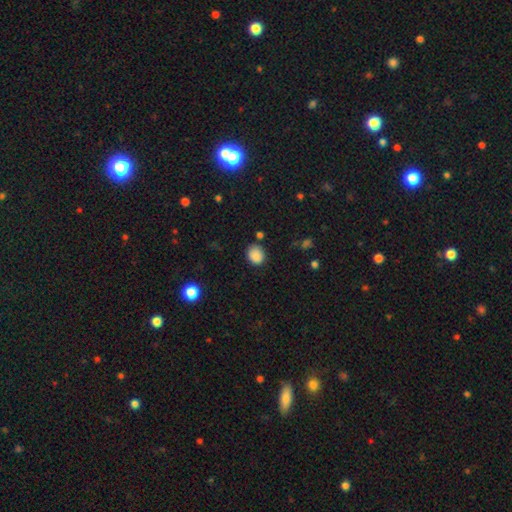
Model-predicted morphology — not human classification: This is clearly a smooth galaxy (87%). How rounded: likely round (63%). Merging: likely none (77%).